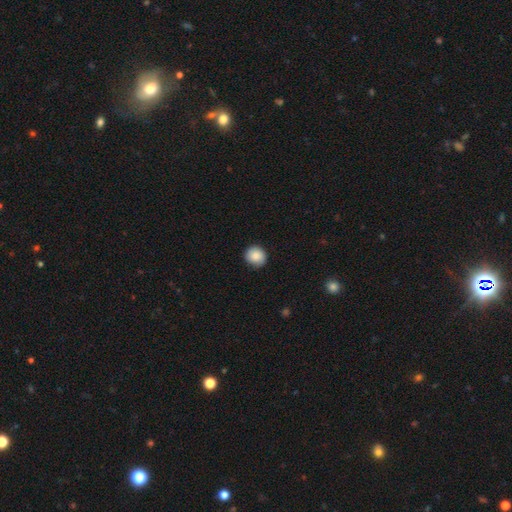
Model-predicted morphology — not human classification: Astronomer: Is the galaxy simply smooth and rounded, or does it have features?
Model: smooth — 87%.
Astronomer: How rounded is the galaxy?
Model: round — 87%.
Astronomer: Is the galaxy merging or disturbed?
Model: none — 87%.